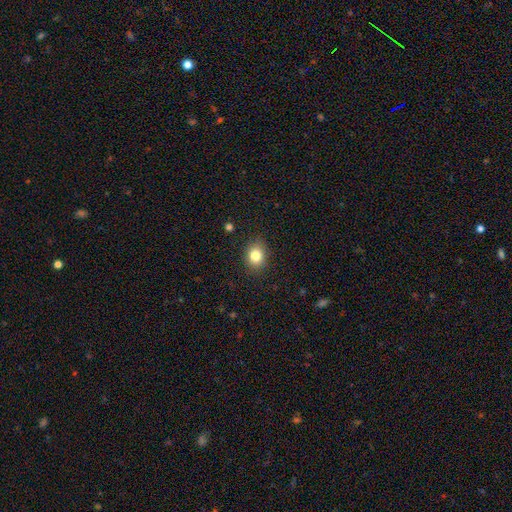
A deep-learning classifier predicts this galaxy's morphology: smooth-or-featured: smooth: 82% | star or artifact: 10% | featured or disk: 7%
  how-rounded: round: 51% | in between: 48% | cigar-shaped: 1%
  merging: none: 86% | minor disturbance: 10% | major disturbance: 3% | merger: 1%